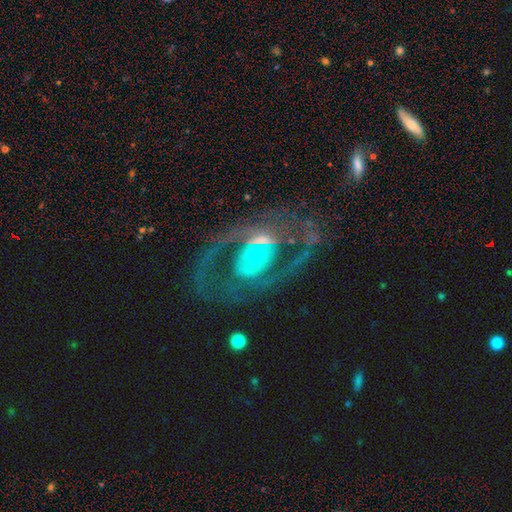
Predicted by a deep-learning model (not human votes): Smooth or featured? Predicted: featured or disk (p=0.83). Edge-on disk? Predicted: no (p=0.95). Bar? Predicted: no (p=0.56). Spiral arms? Predicted: yes (p=0.73). Spiral winding? Predicted: medium (p=0.42). Spiral arm count? Predicted: 2 (p=0.58). Bulge size? Predicted: moderate (p=0.64). Merging? Predicted: none (p=0.52).